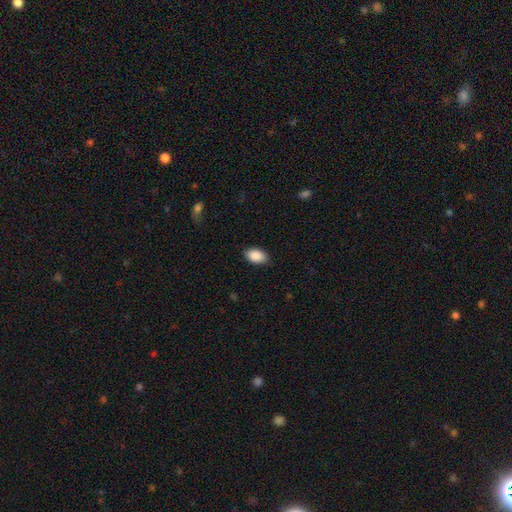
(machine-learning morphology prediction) This is clearly a smooth galaxy (90%). How rounded: clearly in between (93%). Merging: clearly none (86%).